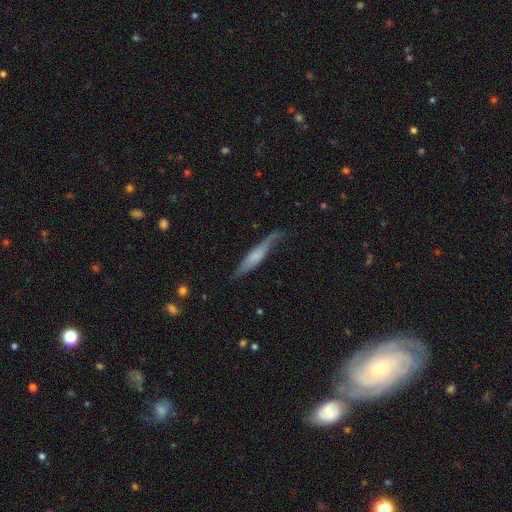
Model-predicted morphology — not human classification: This appears to be a smooth galaxy with no disk features (48%). Merging: none (53%).